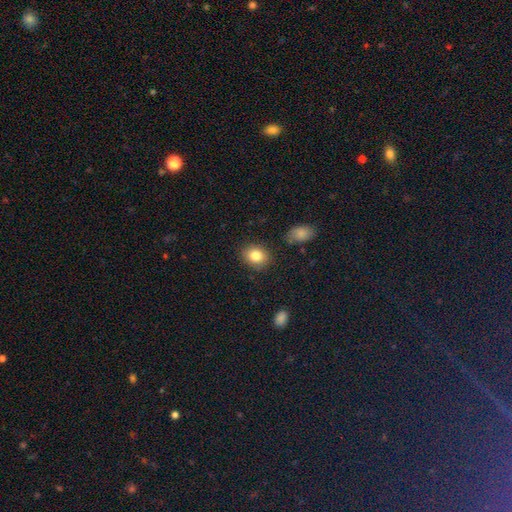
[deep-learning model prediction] A smooth galaxy with no disk features (83%) that is in between round and cigar-shaped (50%). Merging: none (86%).